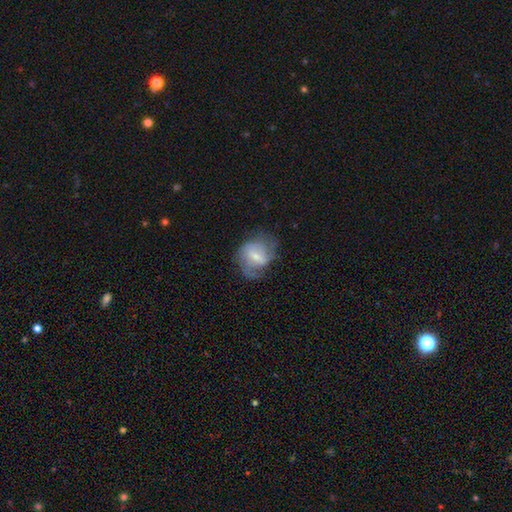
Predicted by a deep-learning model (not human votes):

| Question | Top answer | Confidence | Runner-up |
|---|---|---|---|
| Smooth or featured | featured or disk | 64% | smooth (28%) |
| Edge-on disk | no | 97% | yes (3%) |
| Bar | weak | 53% | strong (26%) |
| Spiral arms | yes | 79% | no (21%) |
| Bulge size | small | 56% | moderate (35%) |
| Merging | none | 53% | minor disturbance (26%) |